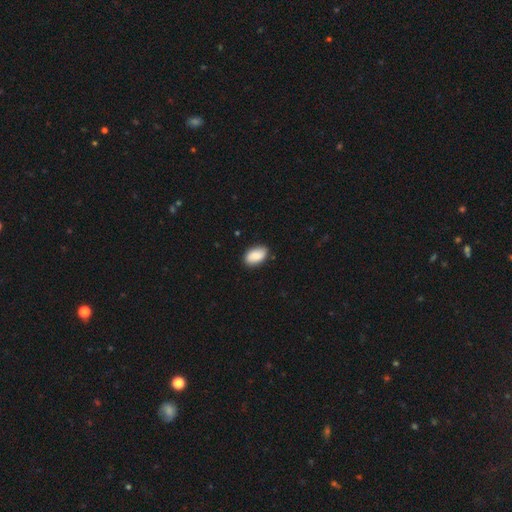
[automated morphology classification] Smooth or featured? smooth (87%)
How rounded? in between (94%)
Merging? none (84%)